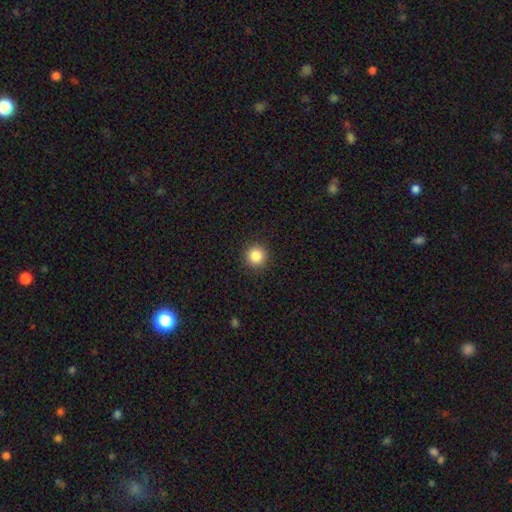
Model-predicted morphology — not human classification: This is clearly a smooth galaxy (86%). How rounded: clearly round (95%). Merging: clearly none (92%).